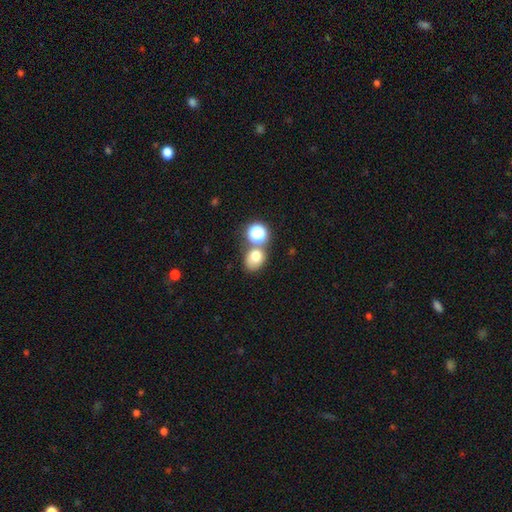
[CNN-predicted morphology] Smooth or featured? smooth (71%)
How rounded? in between (51%)
Merging? none (52%)